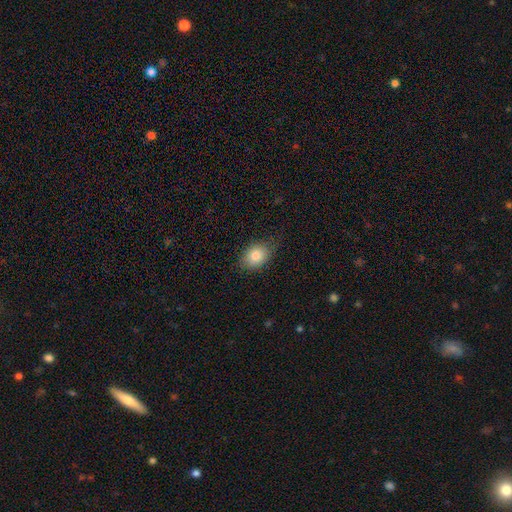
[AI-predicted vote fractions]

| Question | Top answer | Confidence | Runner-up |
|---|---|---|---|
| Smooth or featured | smooth | 83% | featured or disk (9%) |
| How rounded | in between | 73% | round (26%) |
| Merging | none | 73% | minor disturbance (21%) |